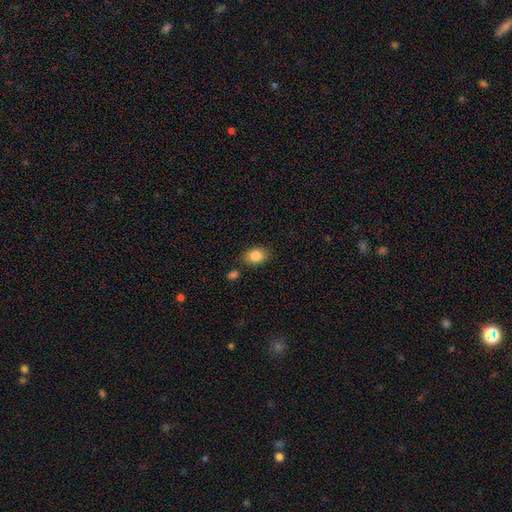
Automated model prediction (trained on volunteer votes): This is clearly a smooth galaxy (85%). How rounded: likely in between (73%). Merging: likely none (78%).